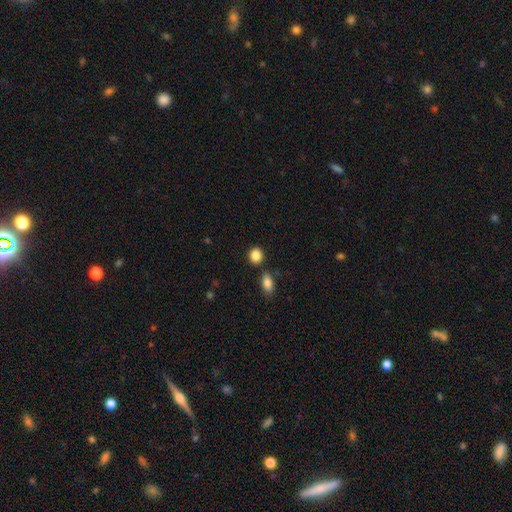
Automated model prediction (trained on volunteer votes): Smooth or featured? smooth (88%)
How rounded? round (62%)
Merging? none (79%)